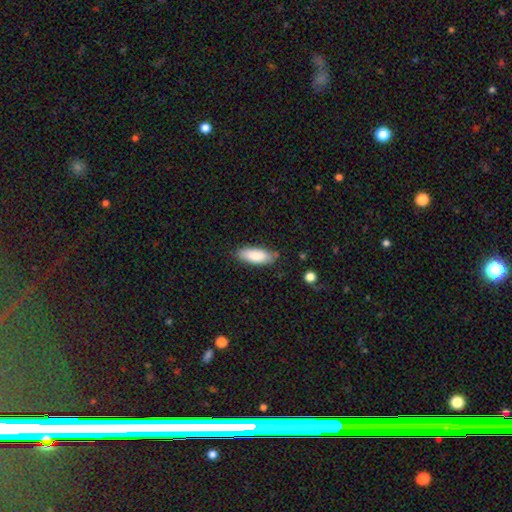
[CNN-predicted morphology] type=smooth (87%); roundness=in between (76%); merging=none (75%).